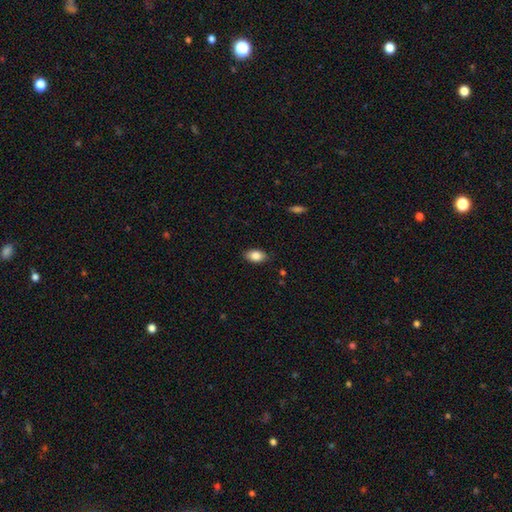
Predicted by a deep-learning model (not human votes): Q: Smooth or featured?
A: smooth (86%); runner-up: star or artifact (7%)
Q: How rounded?
A: in between (90%); runner-up: round (8%)
Q: Merging?
A: none (85%); runner-up: minor disturbance (12%)